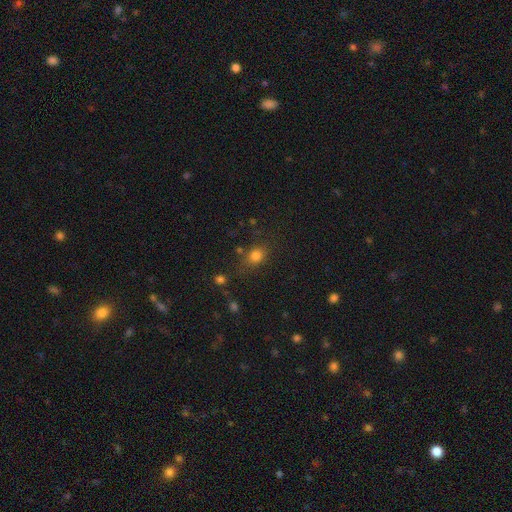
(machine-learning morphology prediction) This is likely a smooth galaxy (78%). How rounded: possibly round (53%). Merging: likely none (70%).